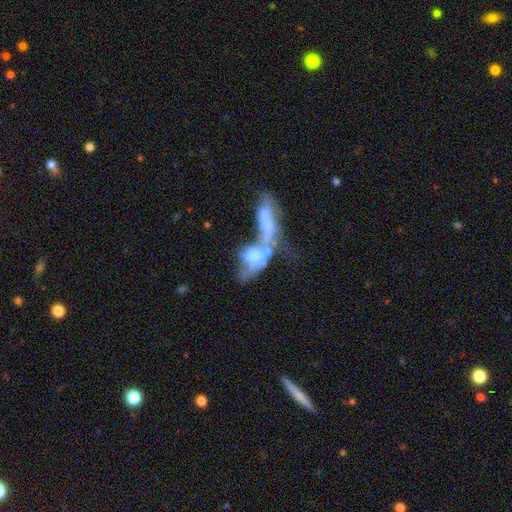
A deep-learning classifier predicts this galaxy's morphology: This is possibly a featured or disk galaxy (53%). It is clearly not viewed edge-on (86%). Merging: likely merger (74%).